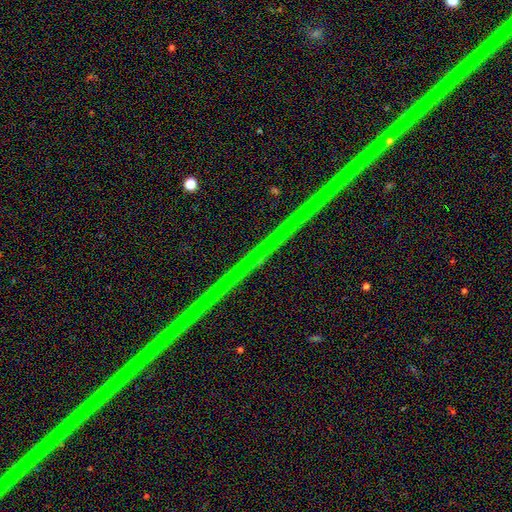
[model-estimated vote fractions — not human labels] Smooth or featured? Predicted: star or artifact (p=0.89).